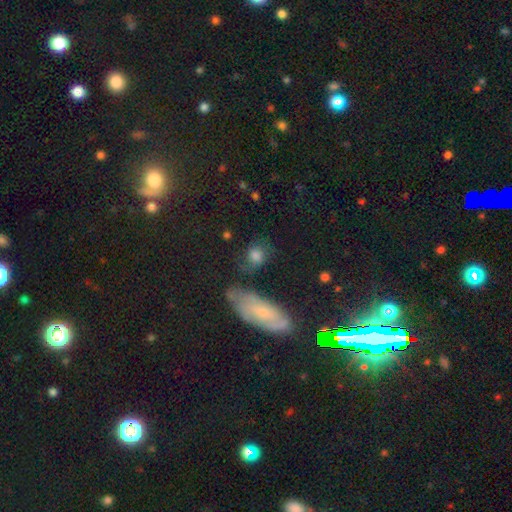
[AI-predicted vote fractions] smooth 65%, featured or disk 19%, star or artifact 16%. Down the decision tree: how rounded — round (55%); merging — none (63%).